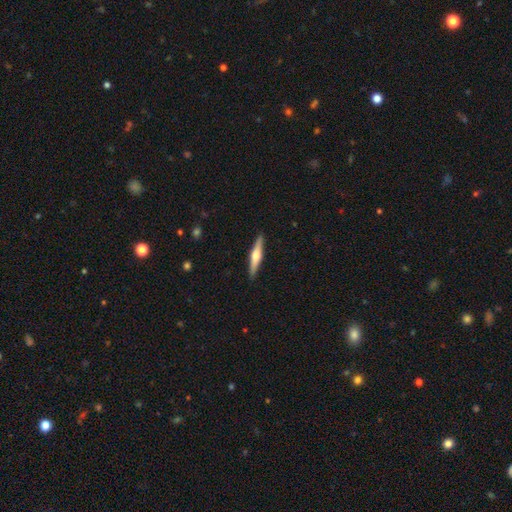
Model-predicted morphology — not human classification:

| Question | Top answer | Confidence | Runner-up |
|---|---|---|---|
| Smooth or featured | featured or disk | 59% | smooth (36%) |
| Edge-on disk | yes | 97% | no (3%) |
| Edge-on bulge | rounded | 89% | boxy (6%) |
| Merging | none | 91% | minor disturbance (7%) |